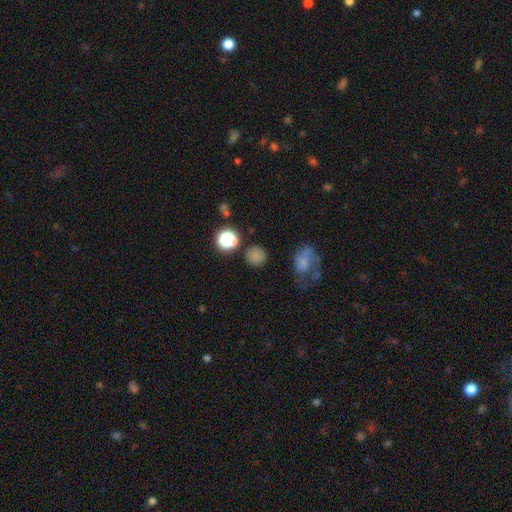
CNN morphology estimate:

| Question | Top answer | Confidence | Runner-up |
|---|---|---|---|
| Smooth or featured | smooth | 76% | star or artifact (19%) |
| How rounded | round | 90% | in between (9%) |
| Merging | none | 82% | minor disturbance (10%) |